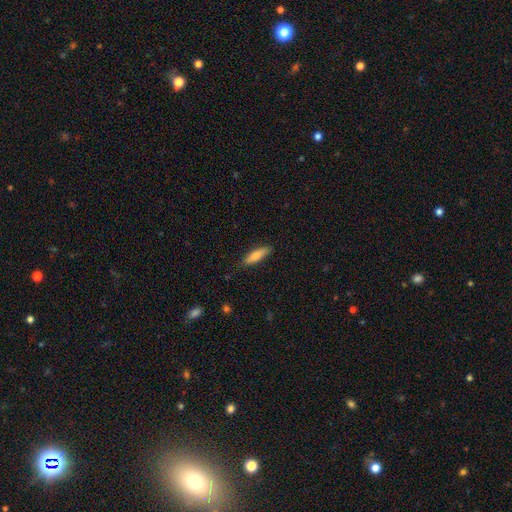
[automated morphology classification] Overall: smooth (77%). How rounded: cigar-shaped (66%; in between 32%). Merging: none (84%).